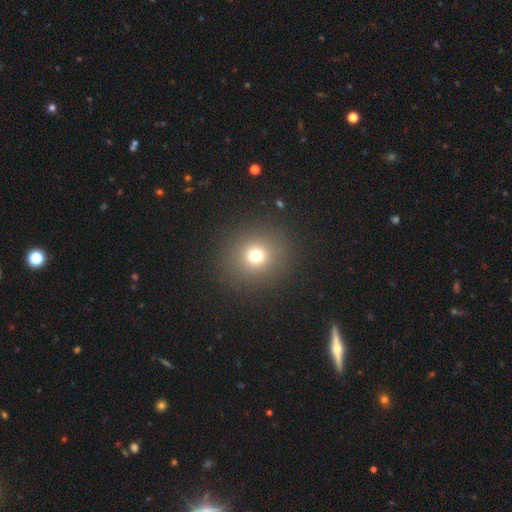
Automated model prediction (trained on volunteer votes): smooth 72%, star or artifact 19%, featured or disk 9%. Down the decision tree: how rounded — round (86%); merging — none (90%).